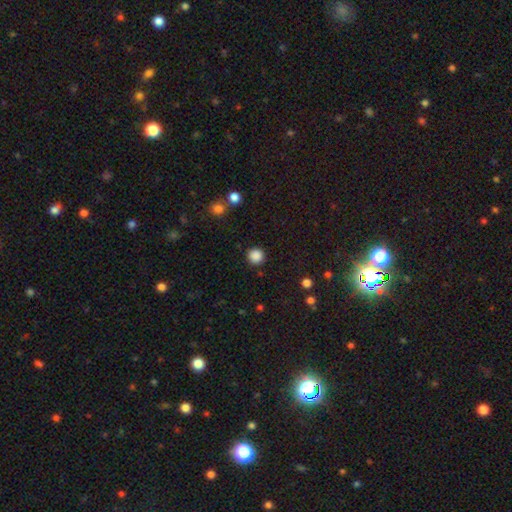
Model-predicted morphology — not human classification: Smooth or featured? Predicted: smooth (p=0.87). How rounded? Predicted: round (p=0.94). Merging? Predicted: none (p=0.90).